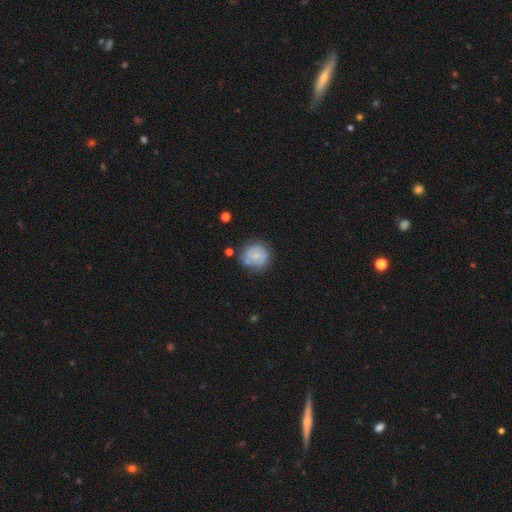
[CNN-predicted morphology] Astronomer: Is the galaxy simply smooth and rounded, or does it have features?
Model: smooth — 62%.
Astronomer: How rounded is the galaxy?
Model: round — 87%.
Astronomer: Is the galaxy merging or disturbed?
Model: none — 68%.